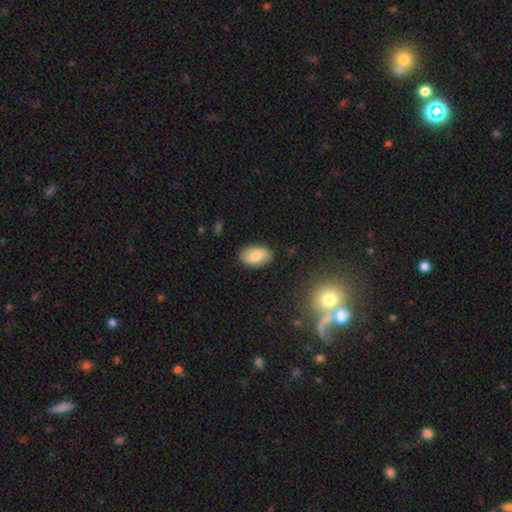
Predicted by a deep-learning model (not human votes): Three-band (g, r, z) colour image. It shows a smooth galaxy with no disk features (78%) that is in between round and cigar-shaped (91%). Merging: none (86%).